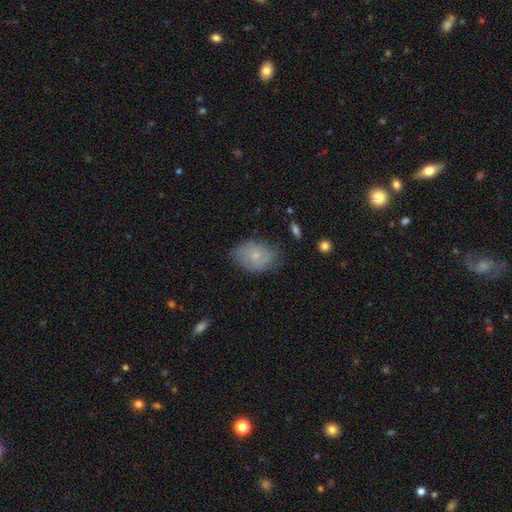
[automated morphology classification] smooth_or_featured: featured or disk (p=0.48) [alt: smooth p=0.44]
merging: none (p=0.70) [alt: minor disturbance p=0.22]